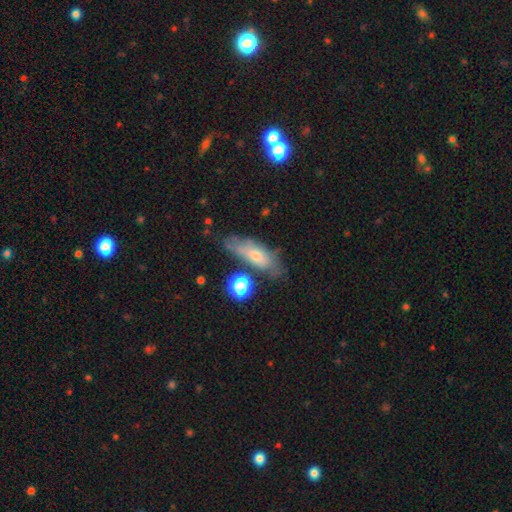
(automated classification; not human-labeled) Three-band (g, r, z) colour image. It shows a smooth galaxy with no disk features (54%) that is in between round and cigar-shaped (57%). Merging: none (61%).